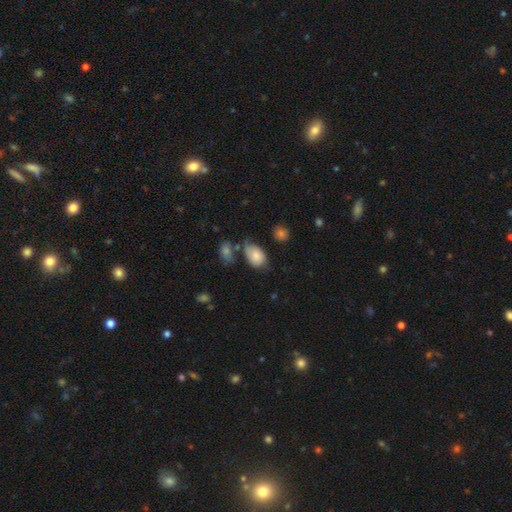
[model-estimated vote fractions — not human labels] Morphology: type=smooth (79%); roundness=in between (87%); merging=none (47%).